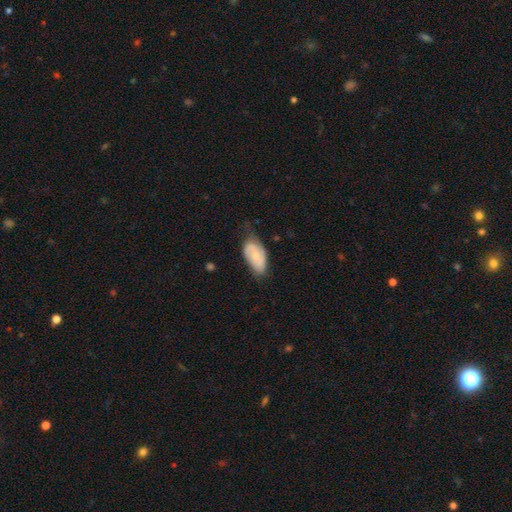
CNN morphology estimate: Smooth or featured? Predicted: smooth (p=0.48). Merging? Predicted: none (p=0.56).